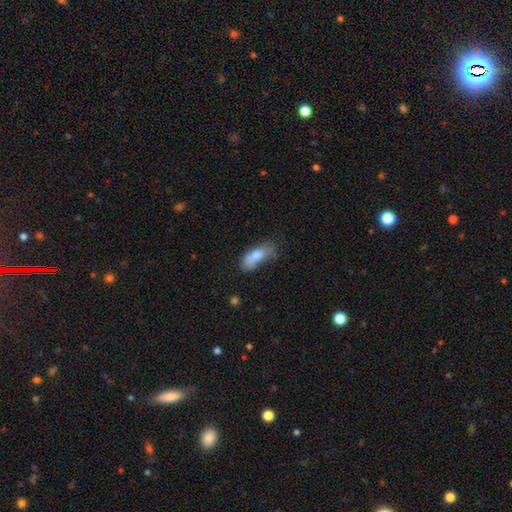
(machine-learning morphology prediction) Q: Smooth or featured?
A: smooth (69%); runner-up: featured or disk (22%)
Q: How rounded?
A: in between (76%); runner-up: cigar-shaped (19%)
Q: Merging?
A: none (34%); runner-up: minor disturbance (31%)